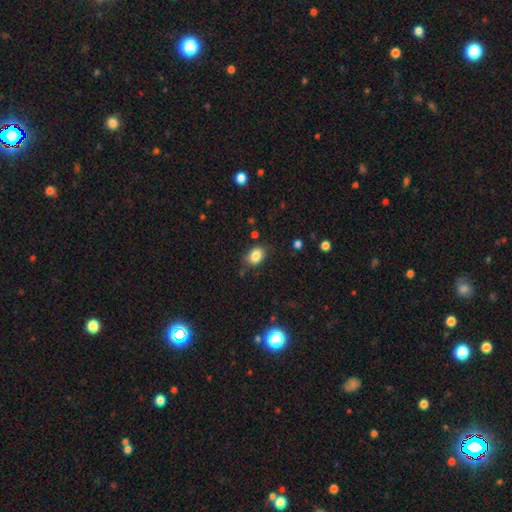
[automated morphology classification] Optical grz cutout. It shows a smooth galaxy with no disk features (84%) that is in between round and cigar-shaped (70%). Merging: none (77%).